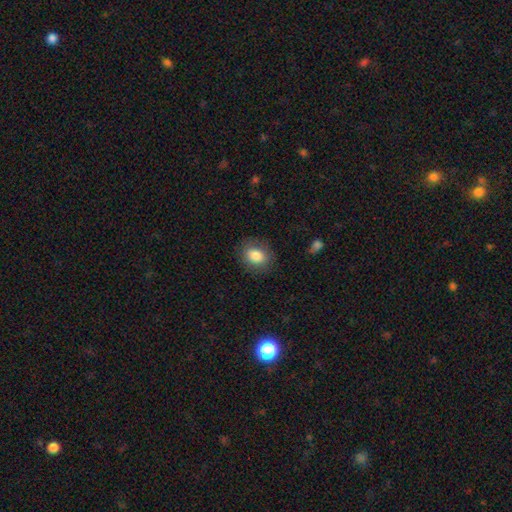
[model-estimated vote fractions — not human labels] smooth_or_featured: smooth (p=0.83) [alt: featured or disk p=0.09]
how_rounded: in between (p=0.52) [alt: round p=0.47]
merging: none (p=0.83) [alt: minor disturbance p=0.11]